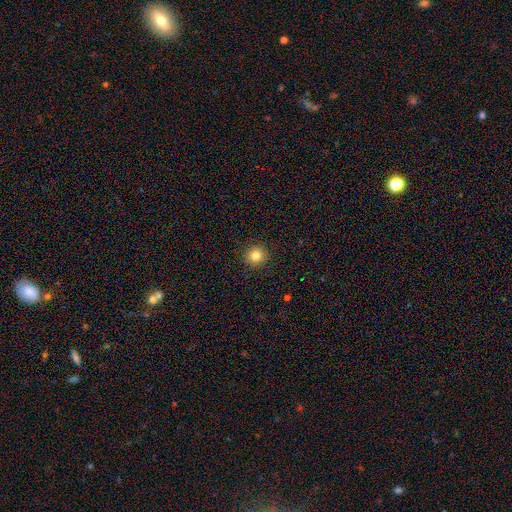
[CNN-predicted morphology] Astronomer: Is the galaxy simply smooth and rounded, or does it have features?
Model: smooth — 82%.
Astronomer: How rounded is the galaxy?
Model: round — 94%.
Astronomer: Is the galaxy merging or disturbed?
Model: none — 93%.